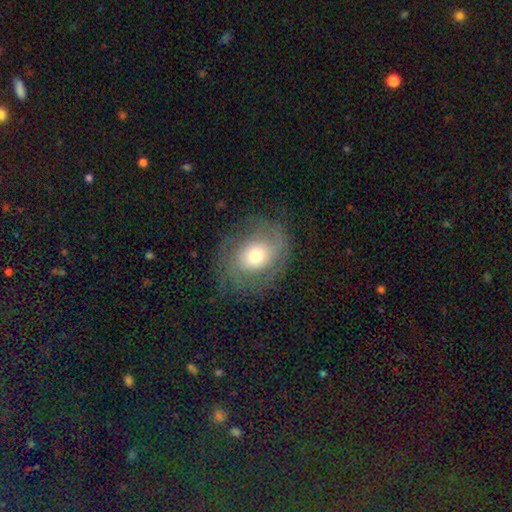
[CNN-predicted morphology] Q: Smooth or featured?
A: featured or disk (53%); runner-up: smooth (38%)
Q: Edge-on disk?
A: no (96%); runner-up: yes (4%)
Q: Bar?
A: no (76%); runner-up: weak (19%)
Q: Spiral arms?
A: yes (74%); runner-up: no (26%)
Q: Bulge size?
A: moderate (60%); runner-up: large (18%)
Q: Merging?
A: none (68%); runner-up: minor disturbance (18%)